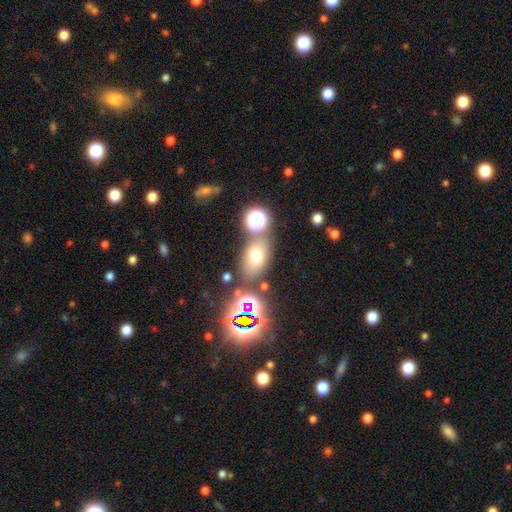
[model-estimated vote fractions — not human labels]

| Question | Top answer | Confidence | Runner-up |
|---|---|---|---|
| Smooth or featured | smooth | 64% | star or artifact (20%) |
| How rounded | in between | 76% | round (22%) |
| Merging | none | 71% | minor disturbance (12%) |